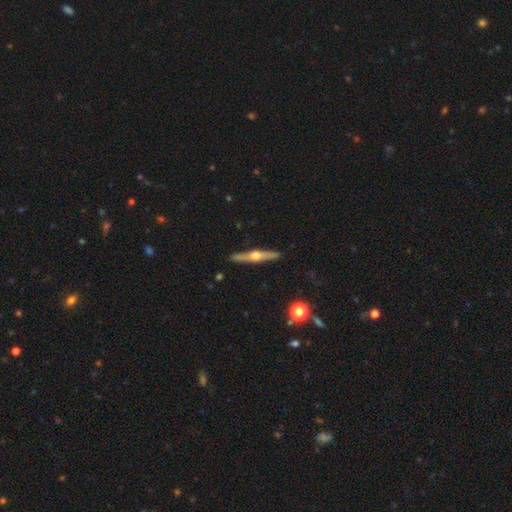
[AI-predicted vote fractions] This appears to be a featured or disk galaxy (73%) viewed edge-on (97%) with a rounded central bulge (94%). Merging: none (91%).